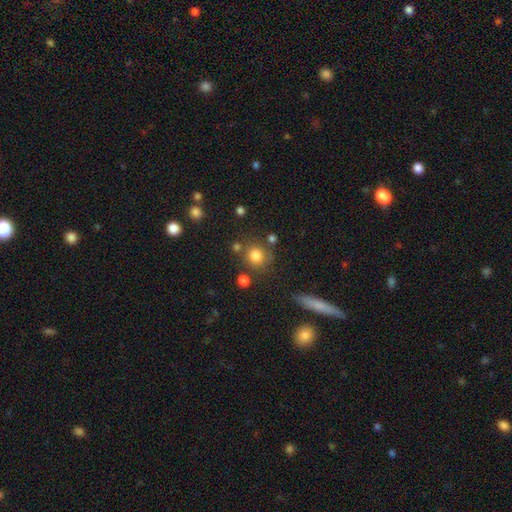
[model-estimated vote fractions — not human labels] Smooth or featured?
  - smooth: 80% *
  - star or artifact: 13%
  - featured or disk: 8%
How rounded?
  - round: 89% *
  - in between: 10%
  - cigar-shaped: 1%
Merging?
  - none: 73% *
  - minor disturbance: 12%
  - merger: 10%
  - major disturbance: 5%